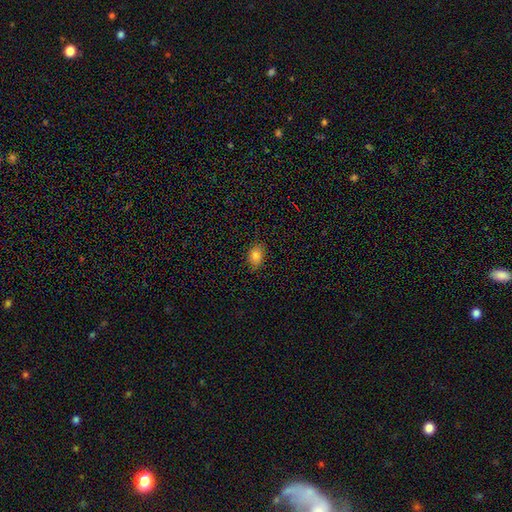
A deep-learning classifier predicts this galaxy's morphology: The model was most divided on "how rounded": in between: 70%, round: 29%, cigar-shaped: 1%. More confident: merging — none (84%); smooth or featured — smooth (82%).